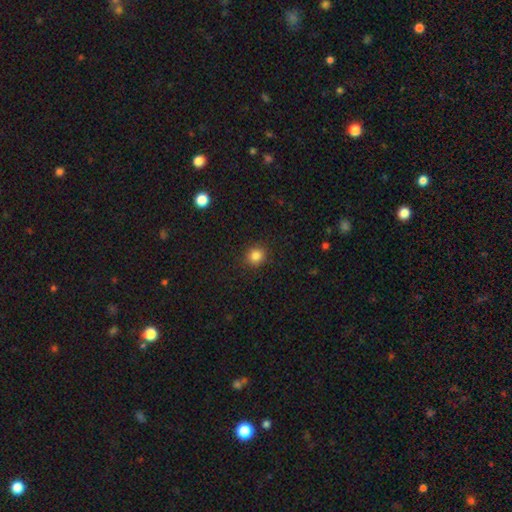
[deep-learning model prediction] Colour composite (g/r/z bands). It shows a smooth galaxy with no disk features (84%) that is round (89%). Merging: none (90%).